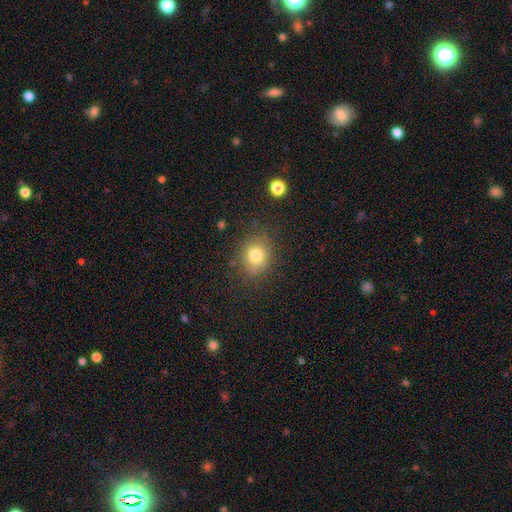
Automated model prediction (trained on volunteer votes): A smooth galaxy with no disk features (78%) that is round (67%).

Vote fractions:
- Smooth or featured? smooth: 78% / star or artifact: 12% / featured or disk: 10%
- How rounded? round: 67% / in between: 32% / cigar-shaped: 1%
- Merging? none: 80% / minor disturbance: 13% / major disturbance: 4% / merger: 2%